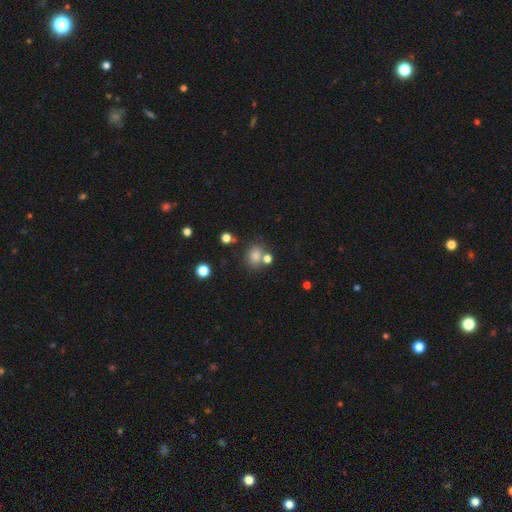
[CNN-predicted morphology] smooth 76%, star or artifact 16%, featured or disk 8%. Down the decision tree: how rounded — round (56%); merging — none (63%).